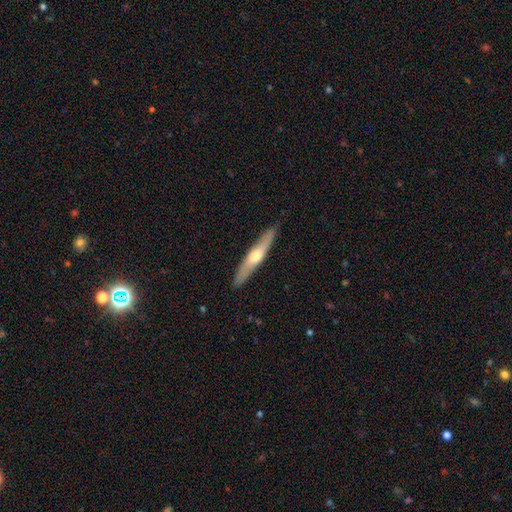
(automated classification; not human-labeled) This appears to be a featured or disk galaxy (55%) viewed edge-on (91%) with a rounded central bulge (87%). Merging: none (90%).